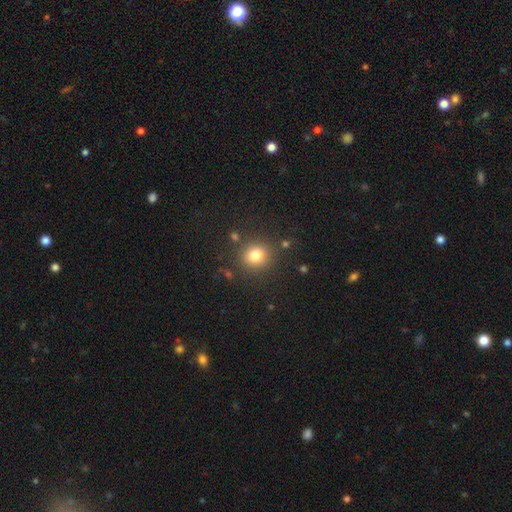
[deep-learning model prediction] Smooth or featured: smooth — 80% (star or artifact — 13%)
How rounded: round — 86% (in between — 13%)
Merging: none — 84% (minor disturbance — 8%)